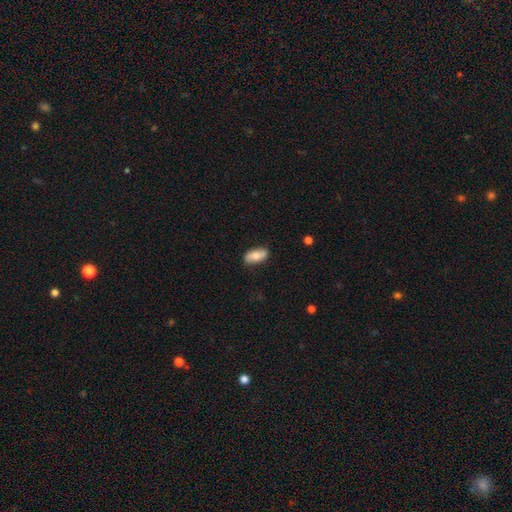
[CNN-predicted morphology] type=smooth (70%); roundness=in between (89%); merging=none (81%).